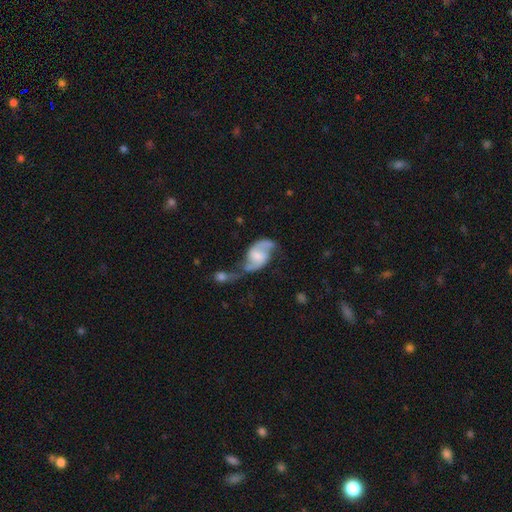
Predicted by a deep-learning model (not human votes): Q: Smooth or featured?
A: featured or disk (82%); runner-up: smooth (11%)
Q: Edge-on disk?
A: no (97%); runner-up: yes (3%)
Q: Bar?
A: weak (47%); runner-up: no (37%)
Q: Spiral arms?
A: yes (94%); runner-up: no (6%)
Q: Spiral winding?
A: loose (56%); runner-up: medium (35%)
Q: Spiral arm count?
A: 2 (90%); runner-up: can't tell (4%)
Q: Bulge size?
A: small (36%); runner-up: moderate (35%)
Q: Merging?
A: none (34%); runner-up: merger (32%)